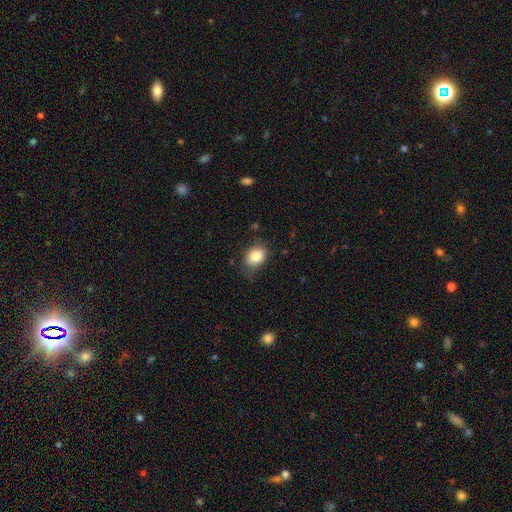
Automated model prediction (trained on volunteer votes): Smooth or featured?
  - smooth: 83% *
  - star or artifact: 9%
  - featured or disk: 8%
How rounded?
  - in between: 60% *
  - round: 39%
  - cigar-shaped: 1%
Merging?
  - none: 68% *
  - minor disturbance: 24%
  - major disturbance: 6%
  - merger: 2%